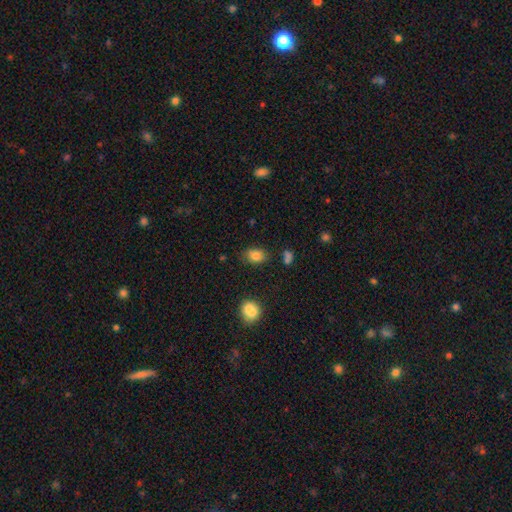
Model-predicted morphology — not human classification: Overall: smooth (82%). How rounded: in between (74%). Merging: none (78%).